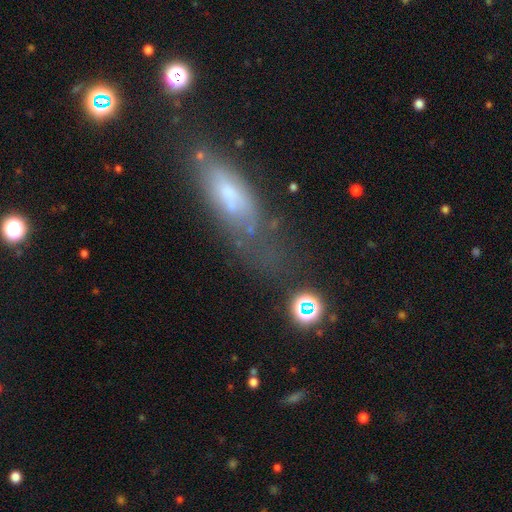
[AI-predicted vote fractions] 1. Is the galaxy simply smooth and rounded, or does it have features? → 44% smooth, 42% featured or disk, 14% star or artifact.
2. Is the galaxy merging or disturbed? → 45% none, 27% minor disturbance, 22% major disturbance, 6% merger.